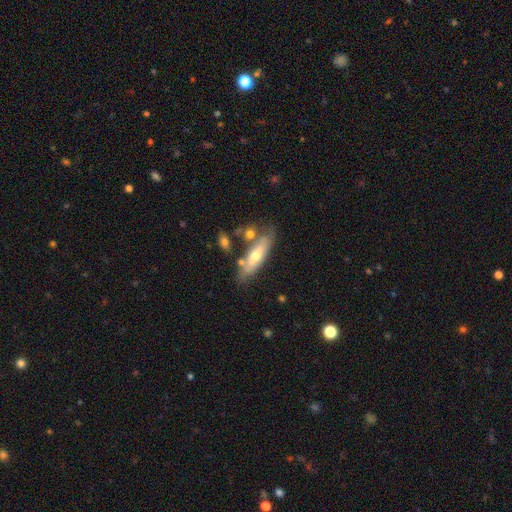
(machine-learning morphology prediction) Smooth or featured? Predicted: smooth (p=0.47, tied with featured or disk). Merging? Predicted: none (p=0.64).